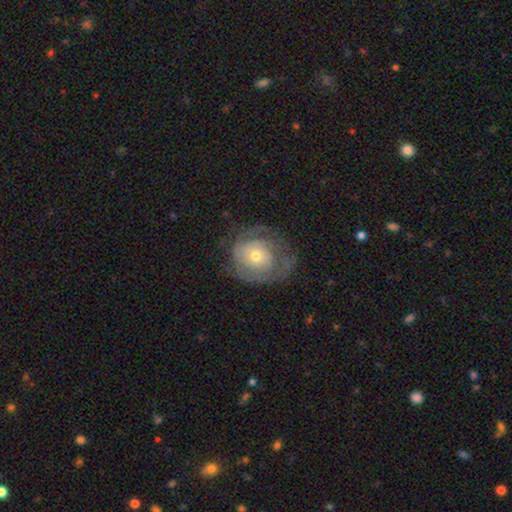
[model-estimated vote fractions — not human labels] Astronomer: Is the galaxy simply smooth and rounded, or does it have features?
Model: featured or disk — 62%.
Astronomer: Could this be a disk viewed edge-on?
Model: no — 96%.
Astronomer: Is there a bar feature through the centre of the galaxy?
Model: no — 84%.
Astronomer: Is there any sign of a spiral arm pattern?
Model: yes — 66%.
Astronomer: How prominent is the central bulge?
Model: moderate — 48% (runner-up: small, 46%).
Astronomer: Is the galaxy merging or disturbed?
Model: none — 56%.